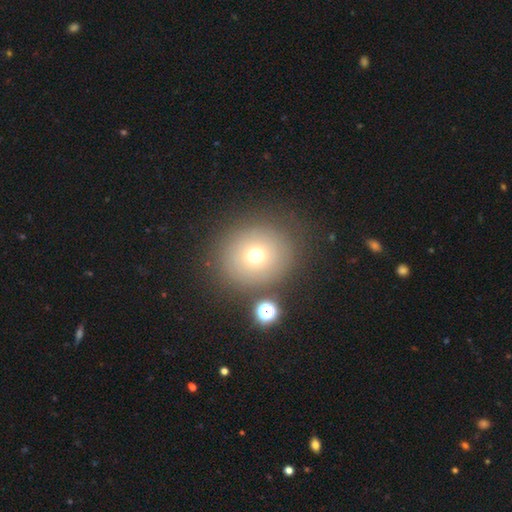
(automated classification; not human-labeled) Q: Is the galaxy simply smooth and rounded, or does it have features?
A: smooth — 66%.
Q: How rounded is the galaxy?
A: round — 85%.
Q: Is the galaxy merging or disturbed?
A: none — 78%.